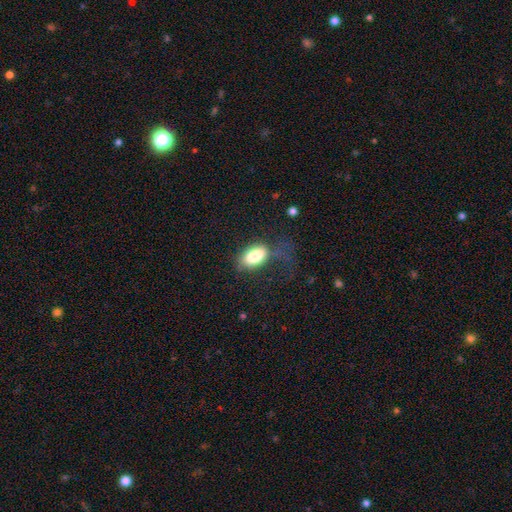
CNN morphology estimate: Smooth or featured?
  - smooth: 81% *
  - featured or disk: 12%
  - star or artifact: 7%
How rounded?
  - in between: 92% *
  - round: 5%
  - cigar-shaped: 3%
Merging?
  - none: 43% *
  - major disturbance: 31%
  - minor disturbance: 24%
  - merger: 3%